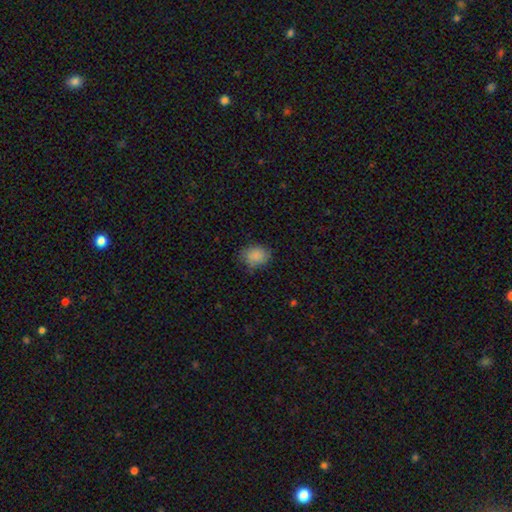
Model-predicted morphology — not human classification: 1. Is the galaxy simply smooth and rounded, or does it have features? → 84% smooth, 9% star or artifact, 7% featured or disk.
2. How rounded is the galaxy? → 52% round, 47% in between, 1% cigar-shaped.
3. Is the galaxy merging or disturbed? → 72% none, 22% minor disturbance, 6% major disturbance, 1% merger.